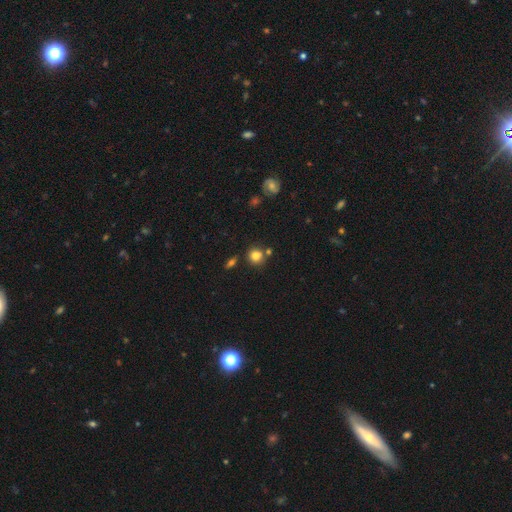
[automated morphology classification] Smooth or featured? smooth (80%)
How rounded? round (88%)
Merging? none (72%)